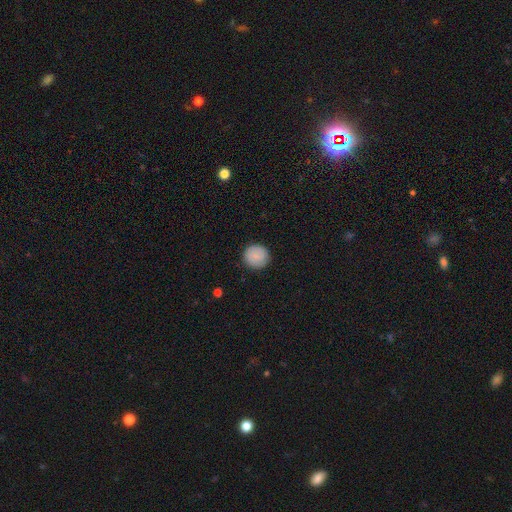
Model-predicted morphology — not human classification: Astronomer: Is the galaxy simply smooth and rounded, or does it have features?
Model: smooth — 85%.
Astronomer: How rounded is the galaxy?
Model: round — 93%.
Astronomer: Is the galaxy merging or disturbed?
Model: none — 91%.